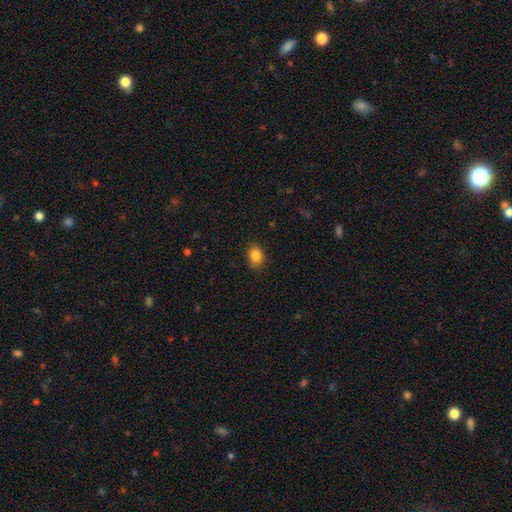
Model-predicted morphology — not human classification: smooth_or_featured: smooth (p=0.85) [alt: star or artifact p=0.09]
how_rounded: in between (p=0.63) [alt: round p=0.35]
merging: none (p=0.85) [alt: minor disturbance p=0.11]